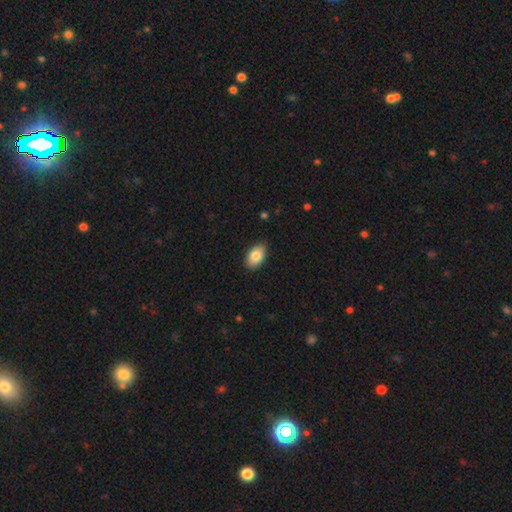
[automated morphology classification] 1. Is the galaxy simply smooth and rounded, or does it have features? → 85% smooth, 8% featured or disk, 7% star or artifact.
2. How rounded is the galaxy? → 92% in between, 7% round, 1% cigar-shaped.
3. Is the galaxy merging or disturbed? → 87% none, 10% minor disturbance, 2% major disturbance, 1% merger.